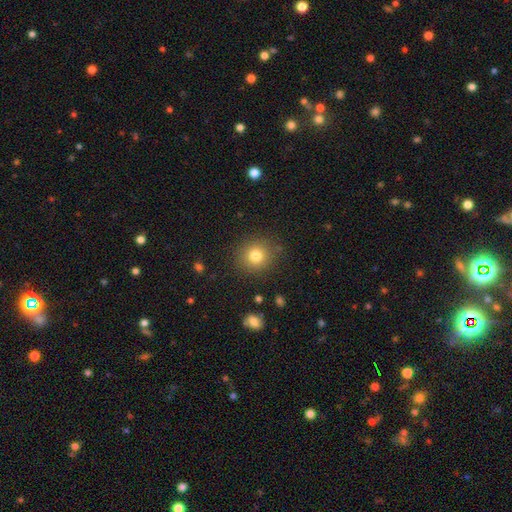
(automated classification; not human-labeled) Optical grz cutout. It shows a smooth galaxy with no disk features (80%) that is round (89%). Merging: none (86%).